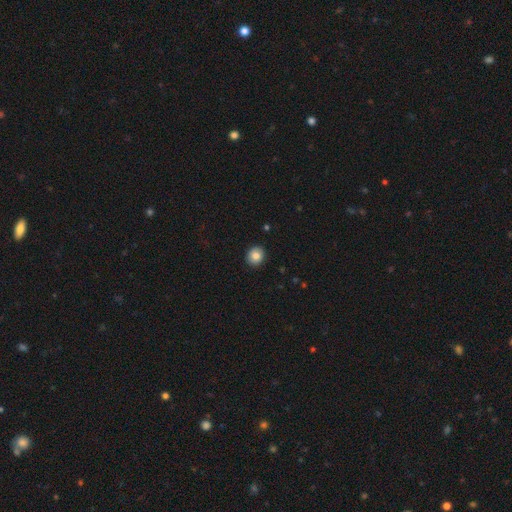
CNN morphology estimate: smooth 84%, star or artifact 9%, featured or disk 7%. Down the decision tree: how rounded — round (88%); merging — none (92%).